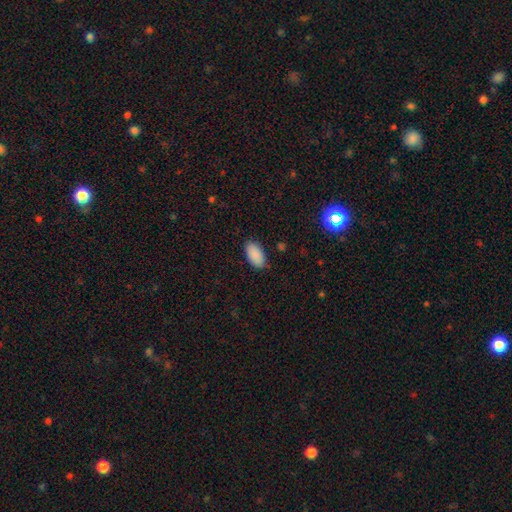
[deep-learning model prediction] A smooth galaxy with no disk features (90%) that is in between round and cigar-shaped (95%). Merging: none (84%).